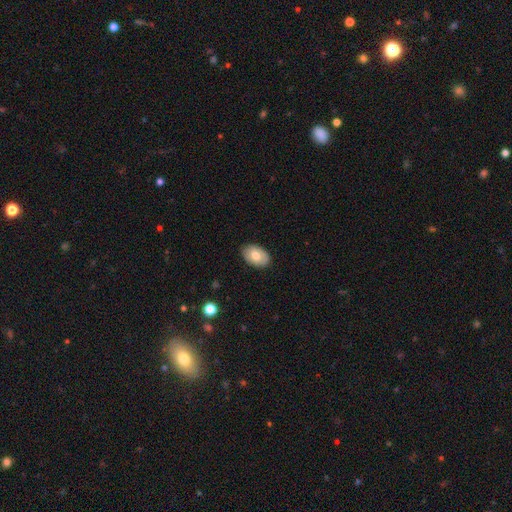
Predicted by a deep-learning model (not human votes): Smooth or featured: smooth — 69% (featured or disk — 25%)
How rounded: in between — 88% (round — 10%)
Merging: none — 86% (minor disturbance — 11%)